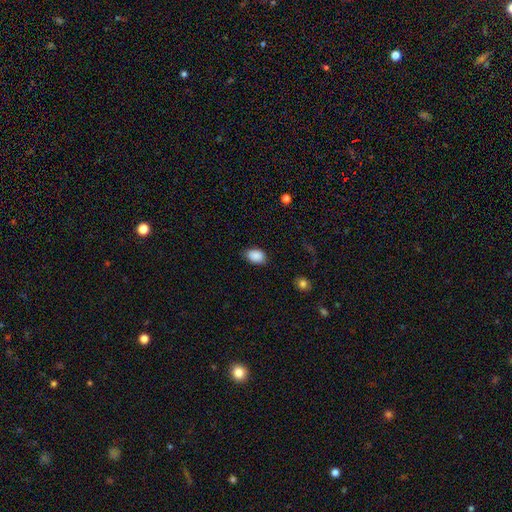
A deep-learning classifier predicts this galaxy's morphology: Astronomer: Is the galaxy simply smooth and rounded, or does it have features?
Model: smooth — 89%.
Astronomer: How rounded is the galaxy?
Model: in between — 82%.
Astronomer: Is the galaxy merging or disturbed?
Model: none — 78%.